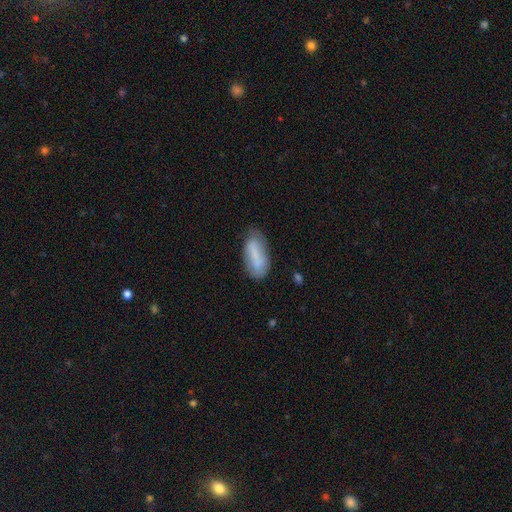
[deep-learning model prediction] Morphology: type=smooth (69%); roundness=in between (82%); merging=none (65%).